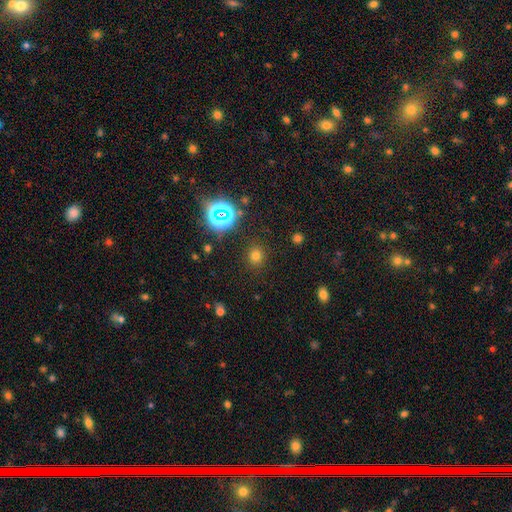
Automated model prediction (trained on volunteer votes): Smooth or featured? Predicted: smooth (p=0.70). How rounded? Predicted: round (p=0.87). Merging? Predicted: none (p=0.88).